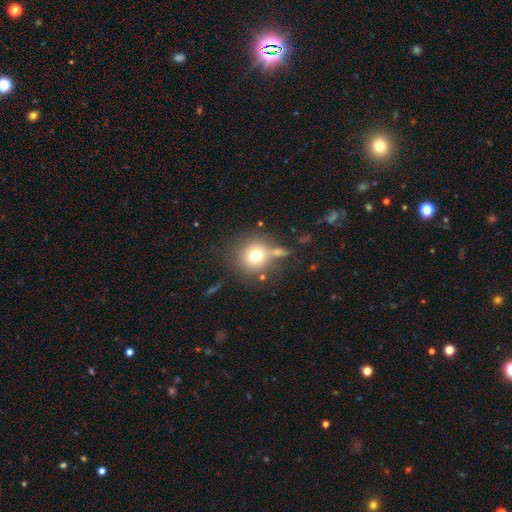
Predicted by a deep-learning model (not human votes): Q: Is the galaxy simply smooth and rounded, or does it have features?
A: smooth — 73%.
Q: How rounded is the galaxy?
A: round — 91%.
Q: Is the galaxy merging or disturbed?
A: none — 66%.